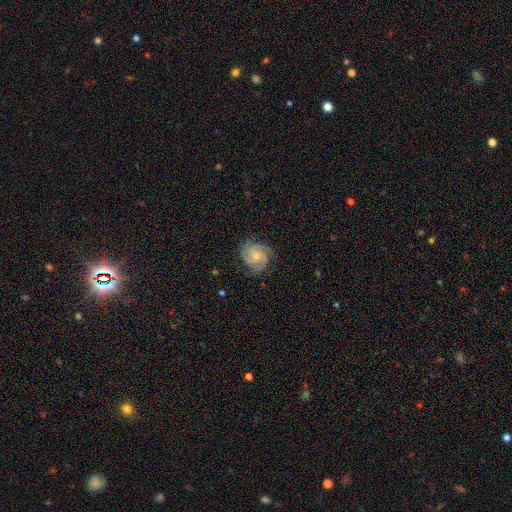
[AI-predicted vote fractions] This appears to be a featured or disk galaxy (87%) with no bar (72%), 3 (60%) tight (64%) spiral arms (98%) and a small central bulge (61%). Merging: none (79%).